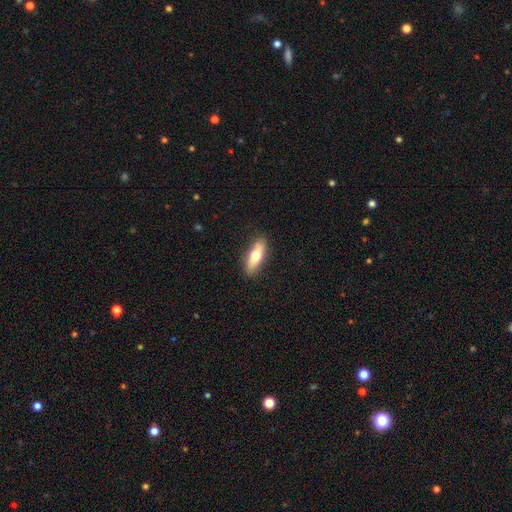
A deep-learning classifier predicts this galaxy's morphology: smooth 68%, featured or disk 26%, star or artifact 6%. Down the decision tree: how rounded — in between (53%); merging — none (86%).